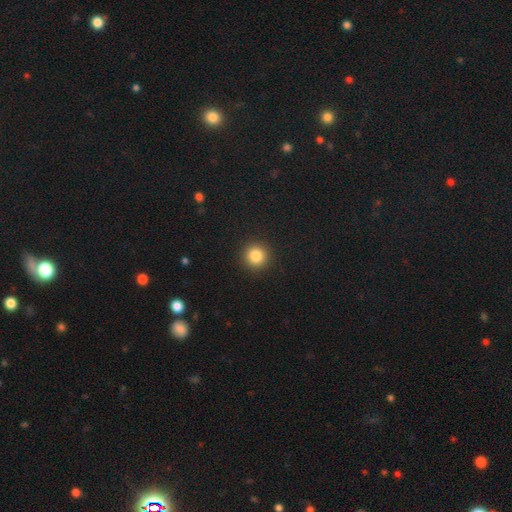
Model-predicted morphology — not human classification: smooth-or-featured: smooth: 84% | star or artifact: 11% | featured or disk: 5%
  how-rounded: round: 95% | in between: 4% | cigar-shaped: 1%
  merging: none: 93% | minor disturbance: 4% | major disturbance: 2% | merger: 1%